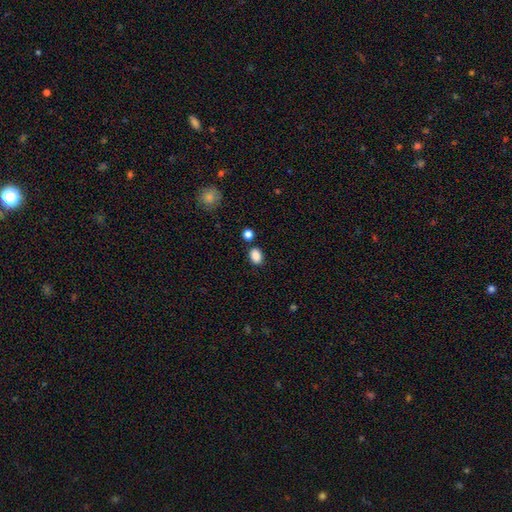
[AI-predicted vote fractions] Smooth or featured? Predicted: smooth (p=0.87). How rounded? Predicted: in between (p=0.77). Merging? Predicted: none (p=0.80).